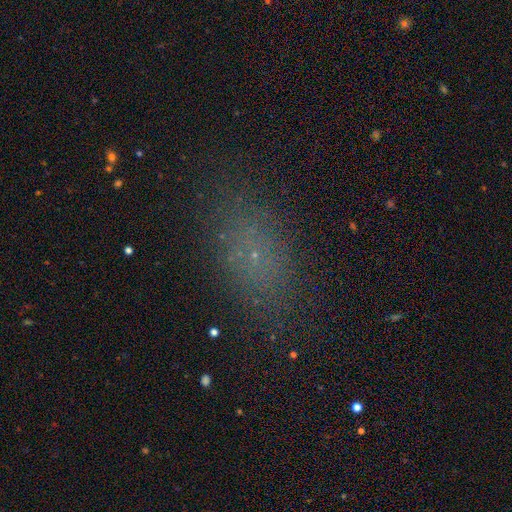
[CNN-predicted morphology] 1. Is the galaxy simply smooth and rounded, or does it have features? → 62% smooth, 26% star or artifact, 13% featured or disk.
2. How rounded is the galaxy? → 81% in between, 13% round, 6% cigar-shaped.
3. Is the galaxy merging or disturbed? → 80% none, 13% minor disturbance, 6% major disturbance, 1% merger.